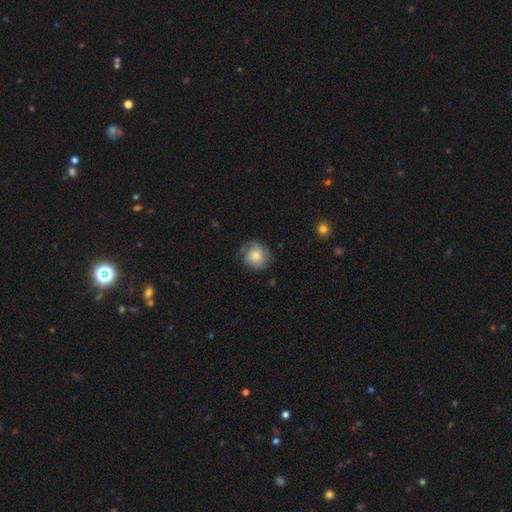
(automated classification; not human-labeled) Overall: smooth (63%; featured or disk 29%). How rounded: round (85%). Merging: none (68%).